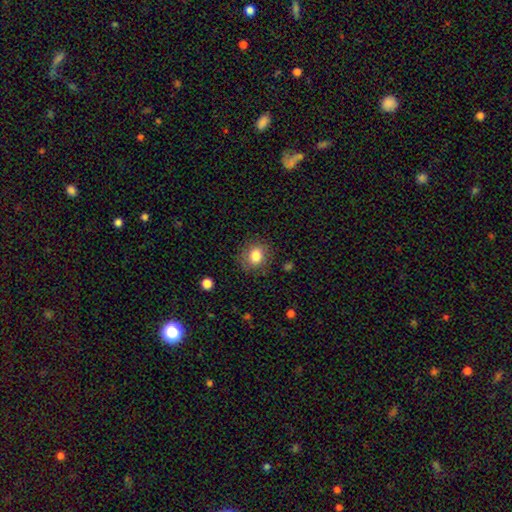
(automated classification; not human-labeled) Q: Smooth or featured?
A: smooth (83%); runner-up: star or artifact (9%)
Q: How rounded?
A: round (70%); runner-up: in between (29%)
Q: Merging?
A: none (81%); runner-up: minor disturbance (13%)